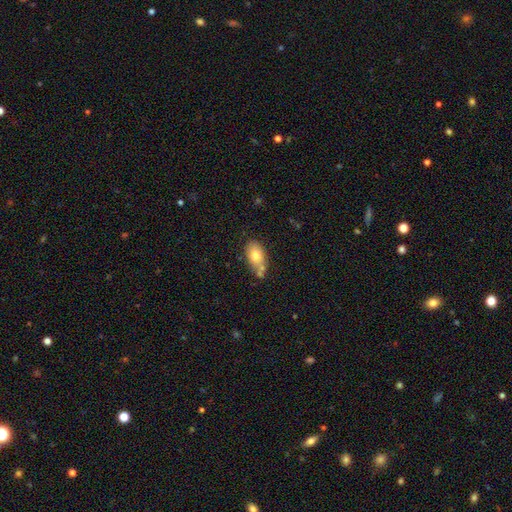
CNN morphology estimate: smooth-or-featured: smooth: 75% | featured or disk: 17% | star or artifact: 8%
  how-rounded: in between: 89% | round: 9% | cigar-shaped: 2%
  merging: none: 57% | minor disturbance: 20% | merger: 18% | major disturbance: 5%